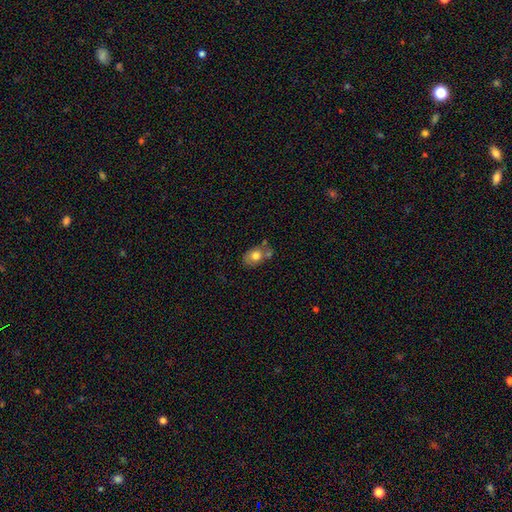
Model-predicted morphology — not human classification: Smooth or featured? Predicted: smooth (p=0.73). How rounded? Predicted: in between (p=0.70). Merging? Predicted: none (p=0.45).